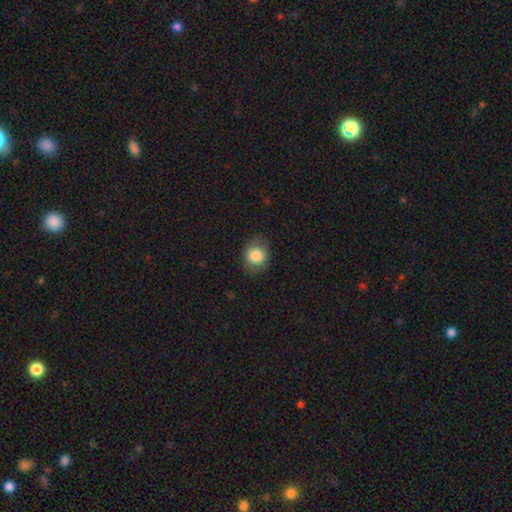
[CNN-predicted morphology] smooth_or_featured: smooth (p=0.82) [alt: featured or disk p=0.10]
how_rounded: round (p=0.55) [alt: in between p=0.44]
merging: none (p=0.80) [alt: minor disturbance p=0.14]